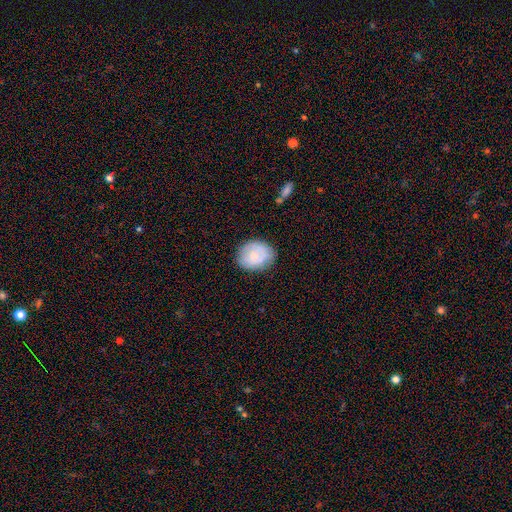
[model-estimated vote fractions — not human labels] Smooth or featured?
  - smooth: 67% *
  - featured or disk: 25%
  - star or artifact: 7%
How rounded?
  - round: 55% *
  - in between: 44%
  - cigar-shaped: 1%
Merging?
  - none: 74% *
  - minor disturbance: 19%
  - major disturbance: 5%
  - merger: 2%